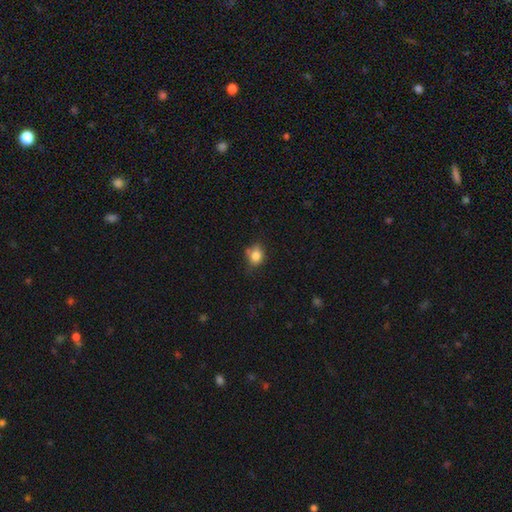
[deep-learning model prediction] smooth-or-featured: smooth: 82% | star or artifact: 10% | featured or disk: 8%
  how-rounded: round: 61% | in between: 38% | cigar-shaped: 1%
  merging: none: 59% | minor disturbance: 27% | merger: 7% | major disturbance: 6%